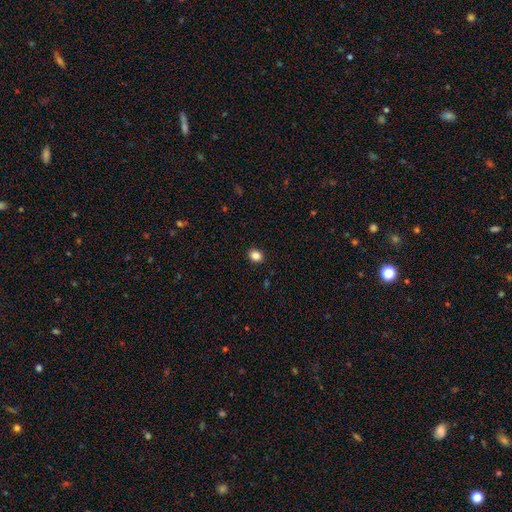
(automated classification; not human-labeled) smooth-or-featured: smooth: 85% | star or artifact: 11% | featured or disk: 4%
  how-rounded: round: 54% | in between: 45% | cigar-shaped: 1%
  merging: none: 91% | minor disturbance: 6% | major disturbance: 2% | merger: 1%